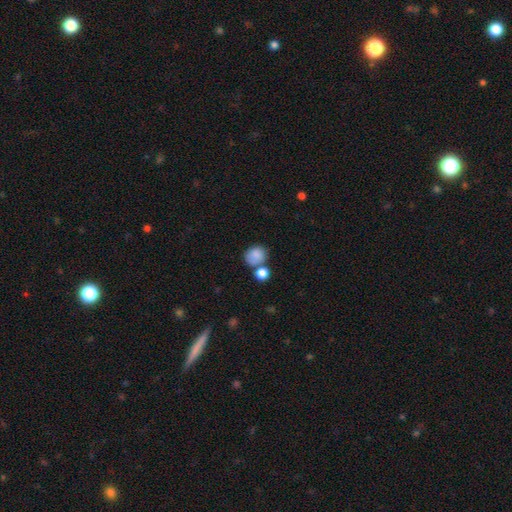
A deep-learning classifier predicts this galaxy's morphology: A smooth galaxy with no disk features (84%) that is round (70%).

Vote fractions:
- Smooth or featured? smooth: 84% / star or artifact: 9% / featured or disk: 7%
- How rounded? round: 70% / in between: 29% / cigar-shaped: 1%
- Merging? none: 52% / merger: 27% / minor disturbance: 14% / major disturbance: 6%